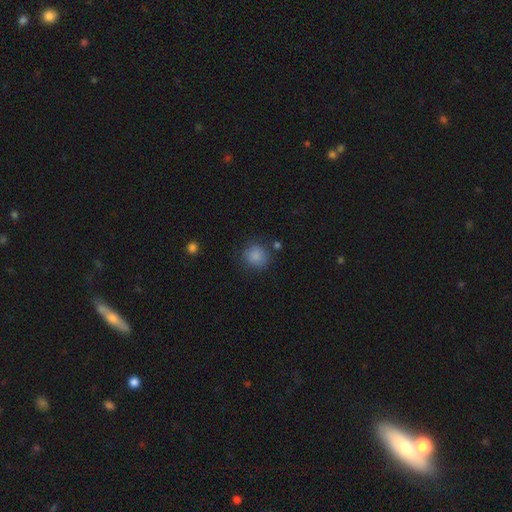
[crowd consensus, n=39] This is clearly a smooth galaxy (90%). How rounded: clearly round (94%). Merging: likely none (79%).